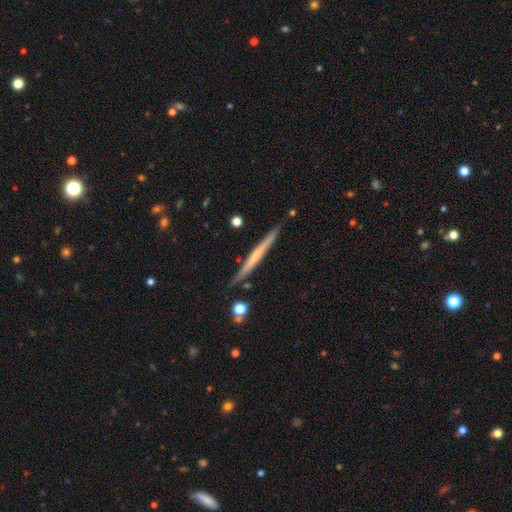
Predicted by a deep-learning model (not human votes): featured or disk 59%, smooth 35%, star or artifact 6%. Down the decision tree: edge-on disk — yes (97%); edge-on bulge — none (67%); merging — none (88%).